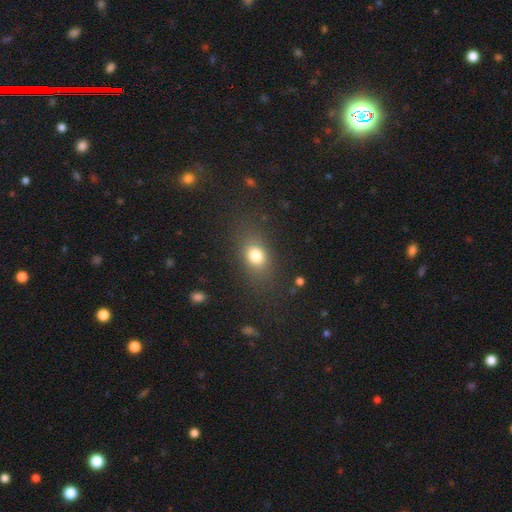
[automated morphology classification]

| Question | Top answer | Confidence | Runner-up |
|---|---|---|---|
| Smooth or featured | smooth | 78% | star or artifact (12%) |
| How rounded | in between | 62% | round (34%) |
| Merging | none | 76% | minor disturbance (14%) |